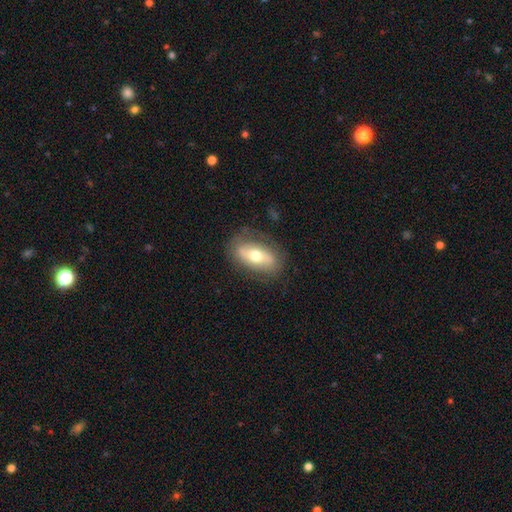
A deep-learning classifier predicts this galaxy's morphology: type=smooth (49%); merging=none (77%).